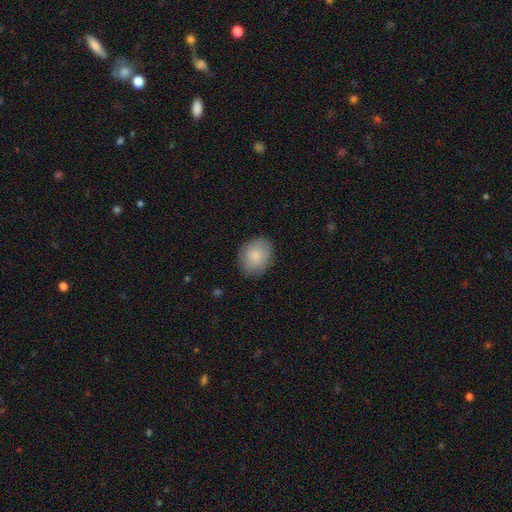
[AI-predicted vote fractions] Smooth or featured? smooth (80%)
How rounded? round (52%)
Merging? none (83%)